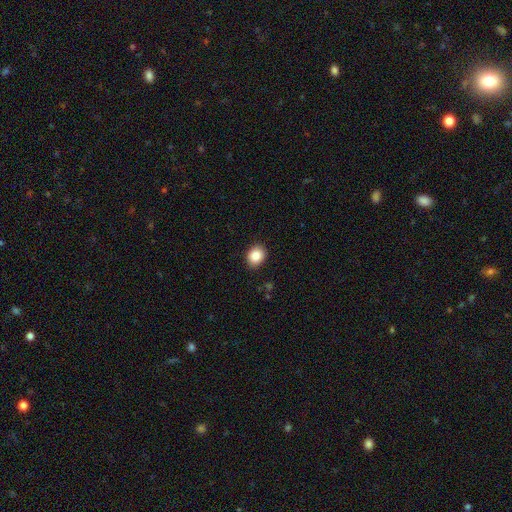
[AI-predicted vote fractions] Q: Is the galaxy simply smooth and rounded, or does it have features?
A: smooth — 86%.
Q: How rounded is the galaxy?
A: round — 56%.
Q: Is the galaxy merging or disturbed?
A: none — 89%.